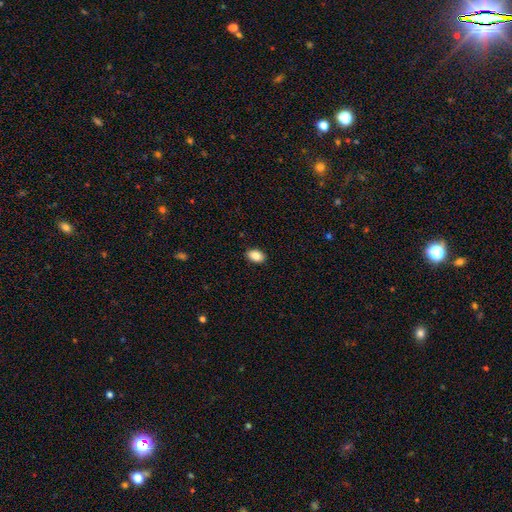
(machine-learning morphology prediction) Q: Smooth or featured?
A: smooth (86%); runner-up: star or artifact (8%)
Q: How rounded?
A: in between (89%); runner-up: round (10%)
Q: Merging?
A: none (89%); runner-up: minor disturbance (8%)